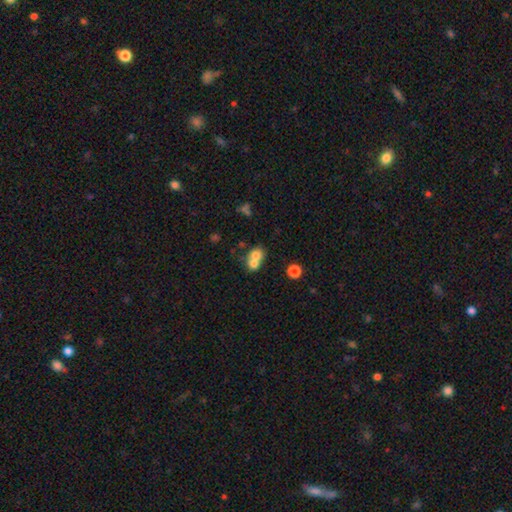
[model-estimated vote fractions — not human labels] Overall: smooth (71%). How rounded: round (66%; in between 33%). Merging: merger (68%).